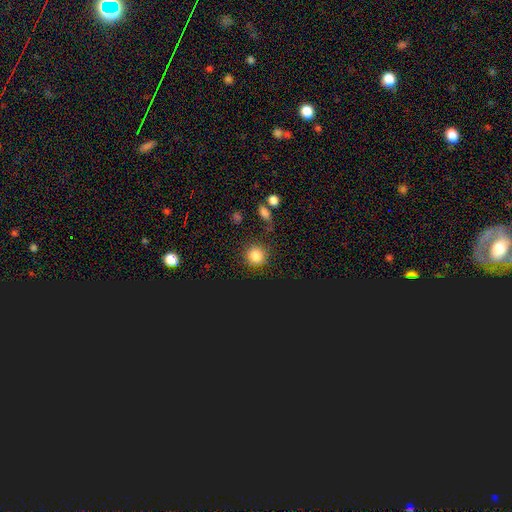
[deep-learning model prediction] Q: Smooth or featured?
A: smooth (79%); runner-up: star or artifact (16%)
Q: How rounded?
A: round (91%); runner-up: in between (8%)
Q: Merging?
A: none (83%); runner-up: minor disturbance (10%)